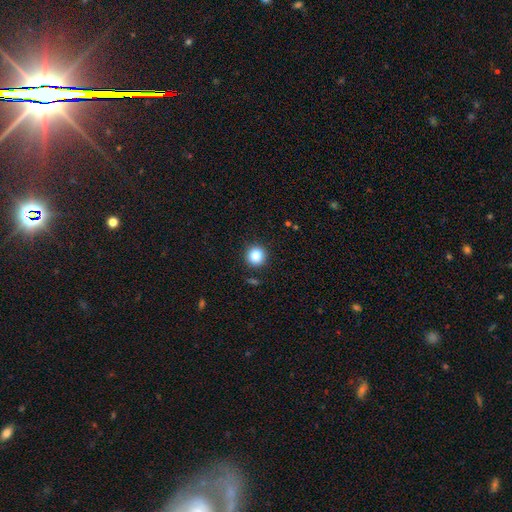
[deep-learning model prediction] This appears to be a smooth galaxy with no disk features (85%) that is round (91%). Merging: none (90%).